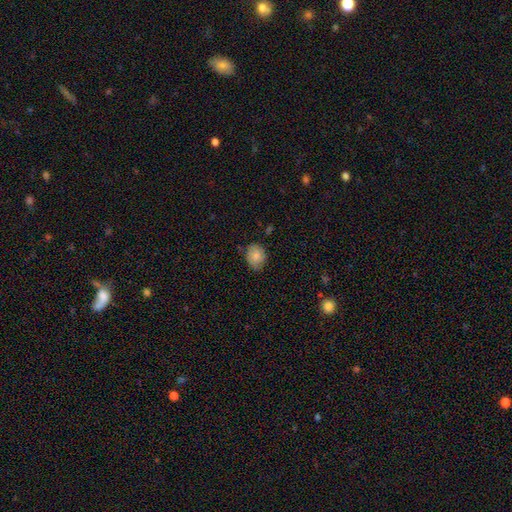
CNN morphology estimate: type=smooth (82%); roundness=in between (54%); merging=none (75%).